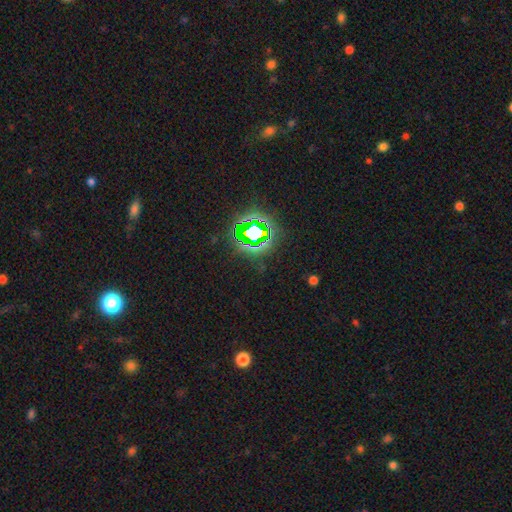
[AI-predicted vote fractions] A star or artifact, not a galaxy (78%).

Vote fractions:
- Smooth or featured? star or artifact: 78% / smooth: 14% / featured or disk: 8%